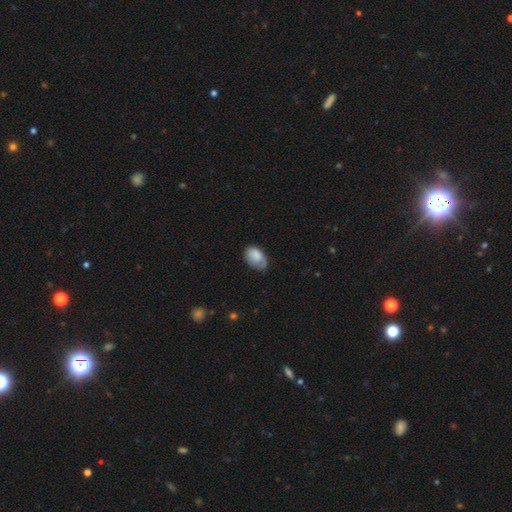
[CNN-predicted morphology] smooth-or-featured: smooth: 78% | featured or disk: 15% | star or artifact: 7%
  how-rounded: in between: 88% | round: 11% | cigar-shaped: 1%
  merging: none: 54% | minor disturbance: 34% | major disturbance: 10% | merger: 2%